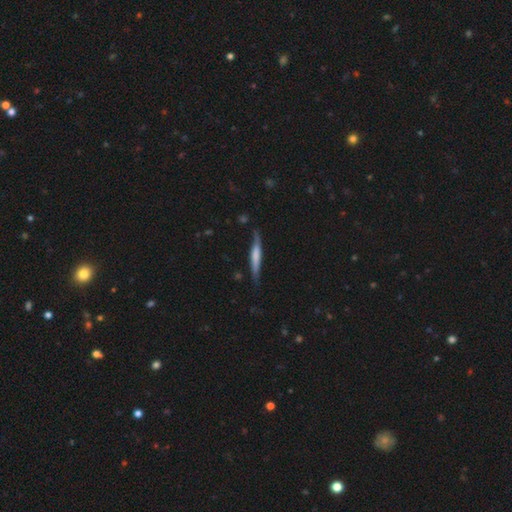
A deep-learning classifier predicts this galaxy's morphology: The model was most divided on "smooth or featured": smooth: 51%, featured or disk: 44%, star or artifact: 5%. More confident: how rounded — cigar-shaped (93%); merging — none (73%).